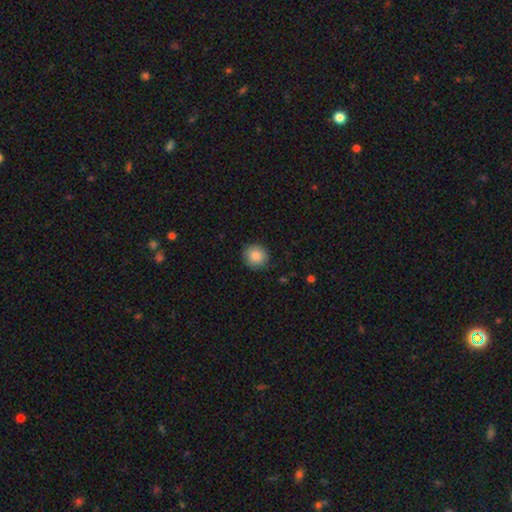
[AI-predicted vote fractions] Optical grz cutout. It shows a smooth galaxy with no disk features (87%) that is round (92%). Merging: none (88%).